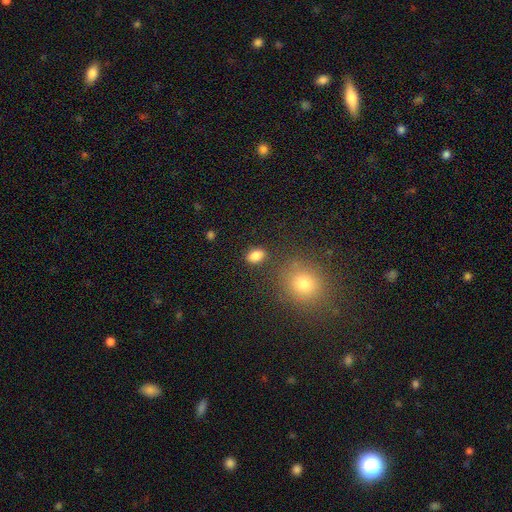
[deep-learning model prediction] Smooth or featured? Predicted: smooth (p=0.84). How rounded? Predicted: in between (p=0.80). Merging? Predicted: none (p=0.82).